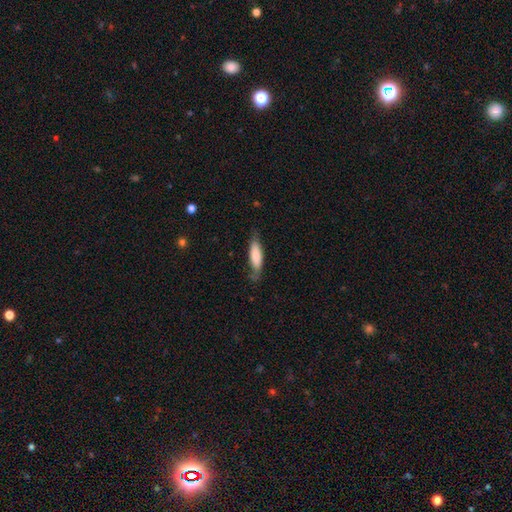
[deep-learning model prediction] Morphology: type=smooth (74%); roundness=cigar-shaped (53%); merging=none (69%).